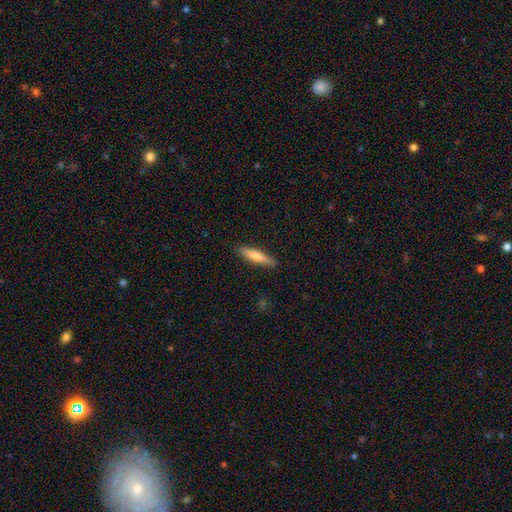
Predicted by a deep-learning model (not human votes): Q: Smooth or featured?
A: smooth (67%); runner-up: featured or disk (27%)
Q: How rounded?
A: cigar-shaped (84%); runner-up: in between (14%)
Q: Merging?
A: none (90%); runner-up: minor disturbance (8%)